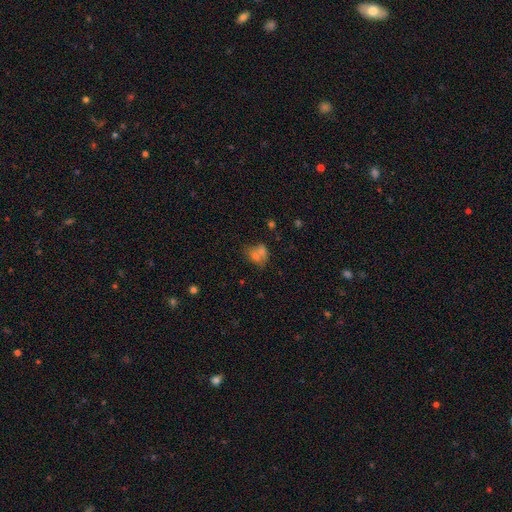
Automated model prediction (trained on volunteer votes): This appears to be a smooth galaxy with no disk features (58%) that is round (60%). Merging: merger (45%).